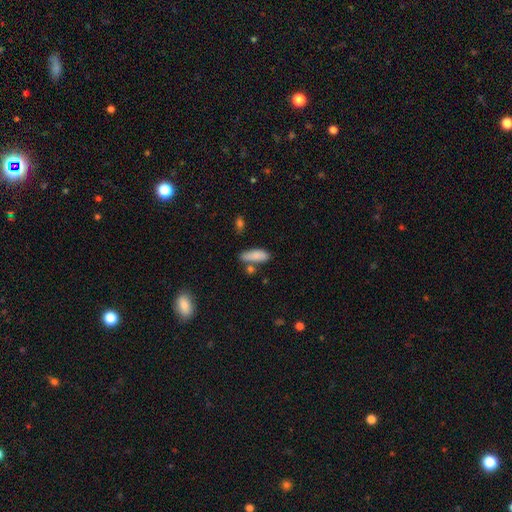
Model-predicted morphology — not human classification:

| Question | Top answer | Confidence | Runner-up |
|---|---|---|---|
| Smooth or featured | smooth | 84% | featured or disk (9%) |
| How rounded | in between | 65% | cigar-shaped (33%) |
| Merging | none | 60% | minor disturbance (19%) |